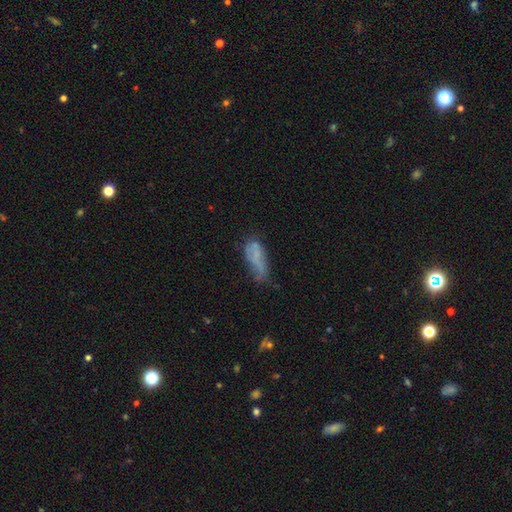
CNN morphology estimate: Smooth or featured?
  - smooth: 54% *
  - featured or disk: 34%
  - star or artifact: 13%
How rounded?
  - in between: 70% *
  - cigar-shaped: 27%
  - round: 3%
Merging?
  - none: 33% *
  - minor disturbance: 32%
  - major disturbance: 27%
  - merger: 8%